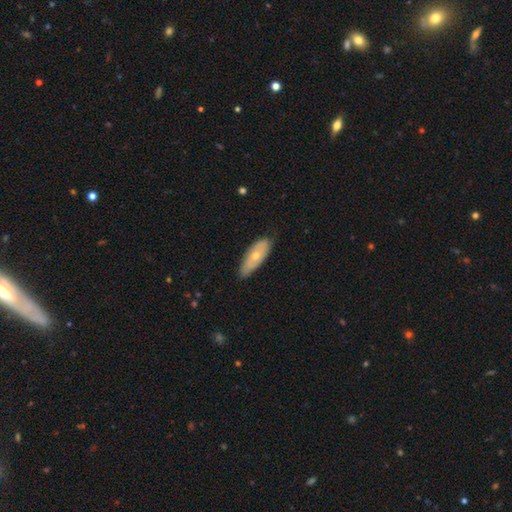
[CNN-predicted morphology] Smooth or featured?
  - smooth: 55% *
  - featured or disk: 39%
  - star or artifact: 6%
How rounded?
  - in between: 73% *
  - cigar-shaped: 24%
  - round: 3%
Merging?
  - none: 76% *
  - minor disturbance: 20%
  - major disturbance: 3%
  - merger: 1%